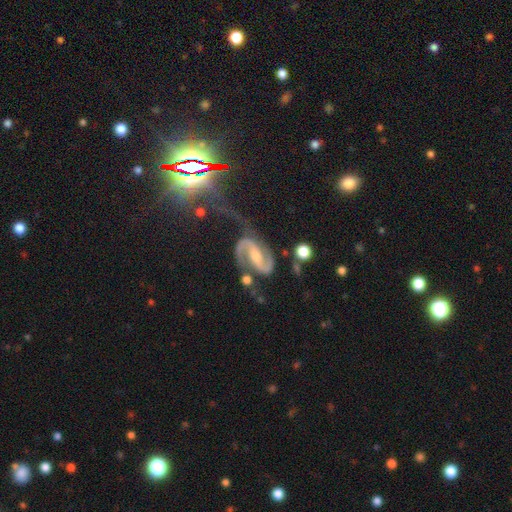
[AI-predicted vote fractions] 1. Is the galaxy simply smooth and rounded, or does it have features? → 90% featured or disk, 5% star or artifact, 4% smooth.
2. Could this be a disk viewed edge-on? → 97% no, 3% yes.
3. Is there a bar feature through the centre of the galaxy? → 40% strong, 39% weak, 21% no.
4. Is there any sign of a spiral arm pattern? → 98% yes, 2% no.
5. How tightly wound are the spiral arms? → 58% medium, 22% loose, 19% tight.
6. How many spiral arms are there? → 94% 2, 2% can't tell, 1% 1, 1% 3, 1% 4, 1% more than 4.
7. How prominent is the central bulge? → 45% moderate, 39% small, 9% none, 6% large, 1% dominant.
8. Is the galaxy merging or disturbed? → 61% none, 19% minor disturbance, 13% major disturbance, 6% merger.